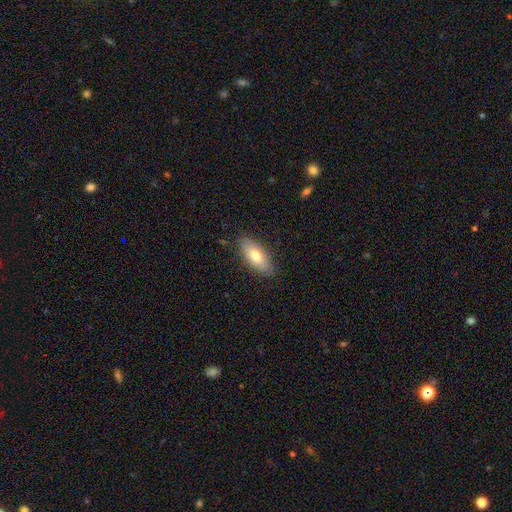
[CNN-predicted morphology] Smooth or featured? smooth (71%)
How rounded? in between (85%)
Merging? none (84%)